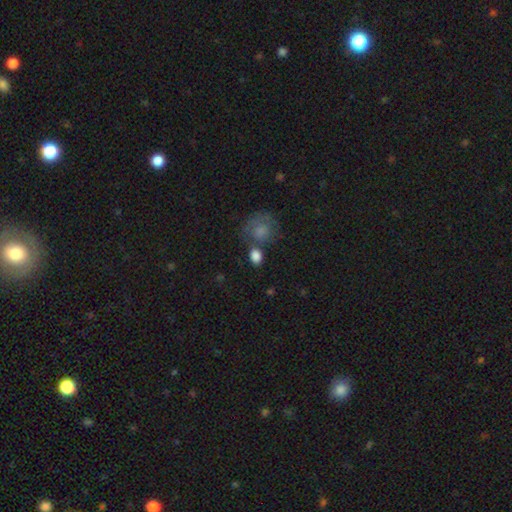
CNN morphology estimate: smooth 85%, star or artifact 9%, featured or disk 7%. Down the decision tree: how rounded — in between (56%); merging — none (58%).